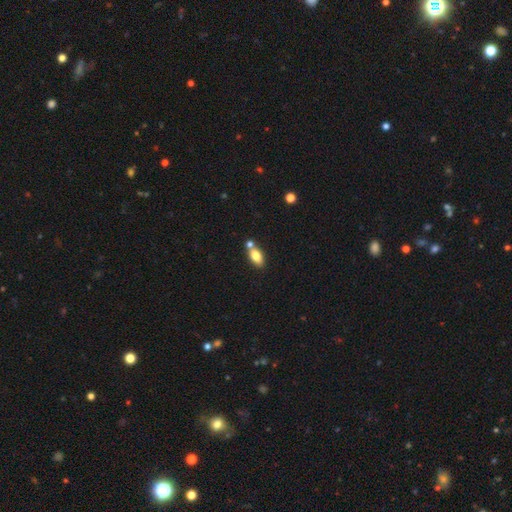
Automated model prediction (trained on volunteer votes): This appears to be a smooth galaxy with no disk features (79%) that is in between round and cigar-shaped (88%). Merging: none (60%).